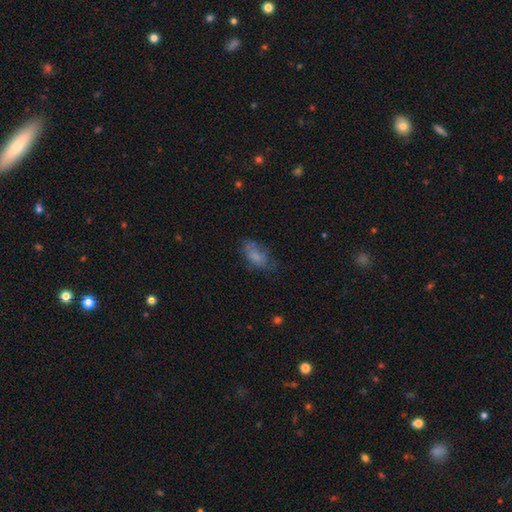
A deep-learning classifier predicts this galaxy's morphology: smooth-or-featured: smooth: 69% | featured or disk: 21% | star or artifact: 10%
  how-rounded: in between: 89% | cigar-shaped: 6% | round: 4%
  merging: none: 51% | minor disturbance: 28% | major disturbance: 18% | merger: 3%